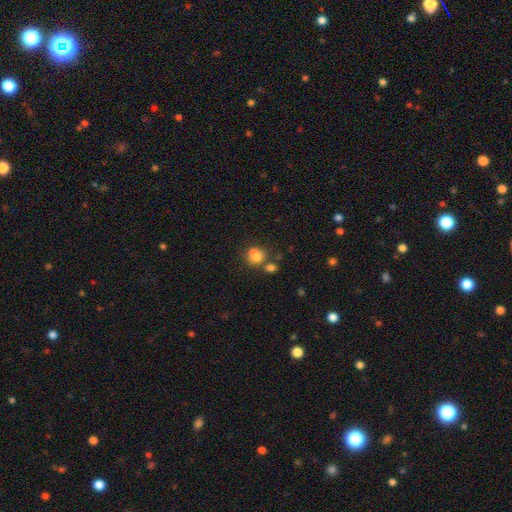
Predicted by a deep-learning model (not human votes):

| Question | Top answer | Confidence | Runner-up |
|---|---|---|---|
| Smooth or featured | smooth | 74% | featured or disk (14%) |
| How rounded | round | 69% | in between (29%) |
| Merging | merger | 45% | none (38%) |